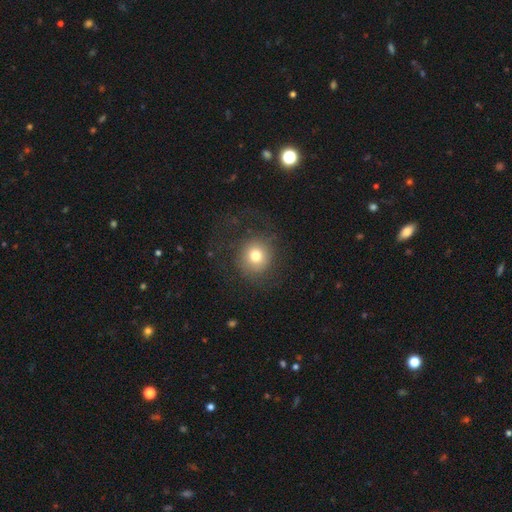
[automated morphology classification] type=smooth (74%); roundness=round (91%); merging=none (73%).